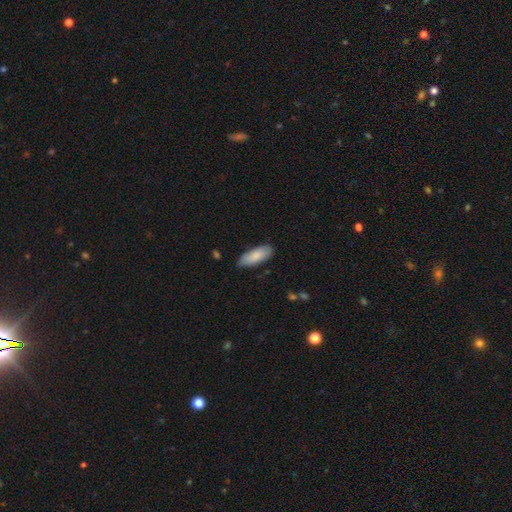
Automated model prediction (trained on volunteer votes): smooth 84%, featured or disk 11%, star or artifact 5%. Down the decision tree: how rounded — in between (76%); merging — none (80%).